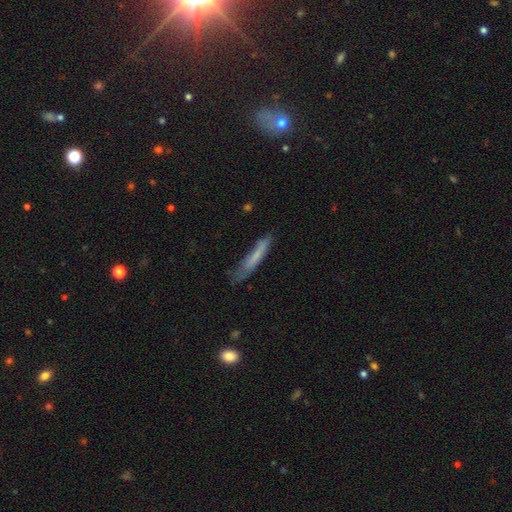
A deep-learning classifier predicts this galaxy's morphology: smooth 64%, featured or disk 29%, star or artifact 7%. Down the decision tree: how rounded — cigar-shaped (91%); merging — none (63%).